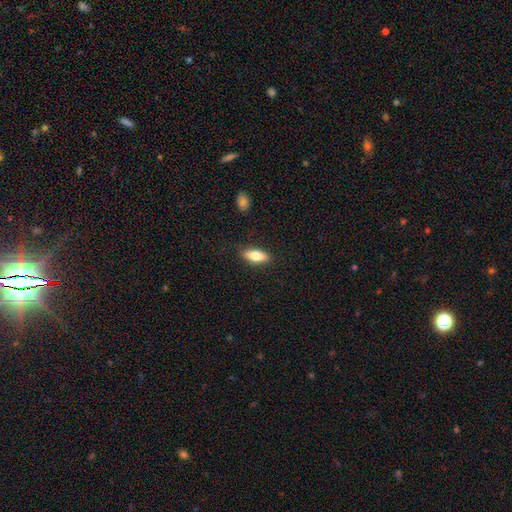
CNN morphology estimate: A smooth galaxy with no disk features (74%) that is in between round and cigar-shaped (74%). Merging: none (86%).